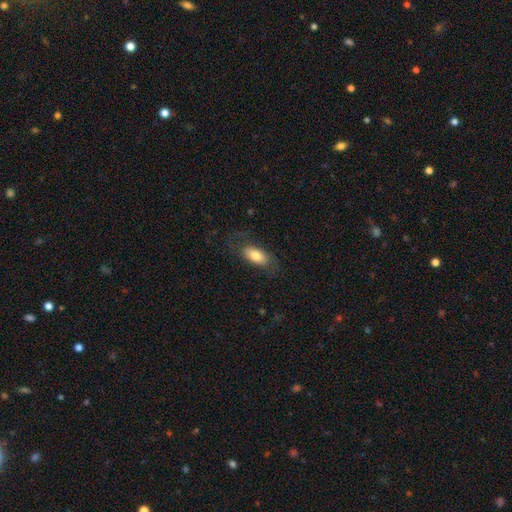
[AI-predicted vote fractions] Smooth or featured: smooth — 70% (featured or disk — 24%)
How rounded: in between — 85% (cigar-shaped — 12%)
Merging: none — 65% (minor disturbance — 19%)